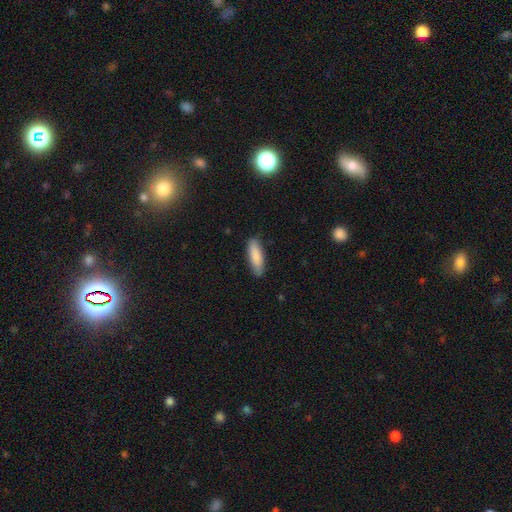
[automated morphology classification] smooth_or_featured: smooth (p=0.87) [alt: featured or disk p=0.08]
how_rounded: cigar-shaped (p=0.53) [alt: in between p=0.46]
merging: none (p=0.85) [alt: minor disturbance p=0.12]